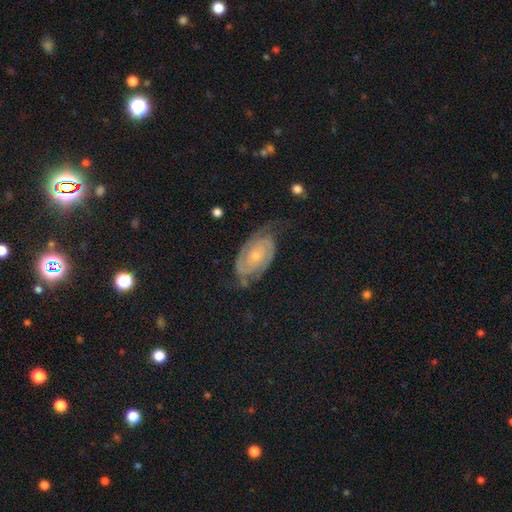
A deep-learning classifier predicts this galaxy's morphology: featured or disk 84%, smooth 9%, star or artifact 7%. Down the decision tree: edge-on disk — no (97%); bar — no (70%); spiral arms — yes (96%); spiral arm count — 2 (84%); spiral winding — tight (64%); bulge size — small (62%); merging — none (69%).